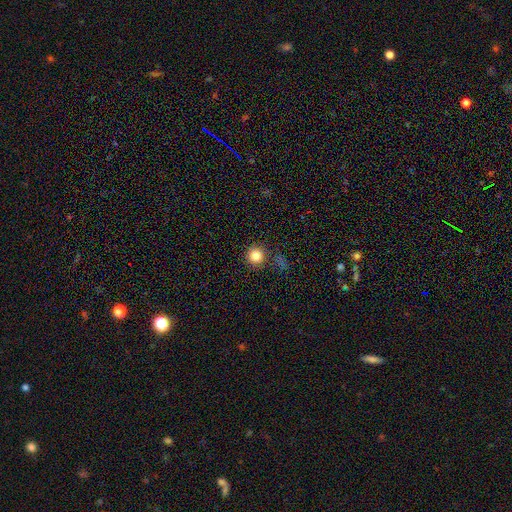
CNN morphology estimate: smooth-or-featured: smooth: 84% | star or artifact: 11% | featured or disk: 5%
  how-rounded: round: 94% | in between: 5% | cigar-shaped: 1%
  merging: none: 84% | minor disturbance: 9% | merger: 4% | major disturbance: 3%